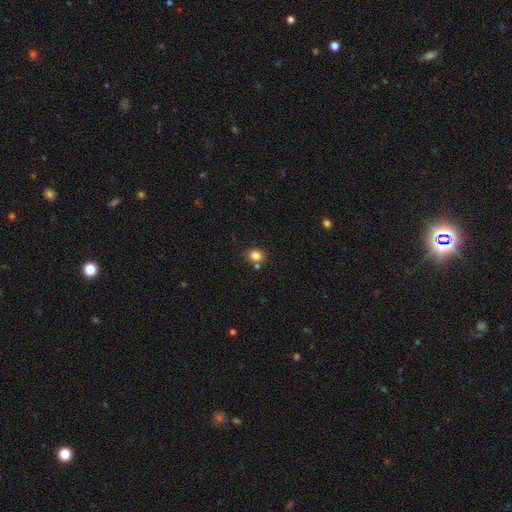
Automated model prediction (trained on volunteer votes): smooth-or-featured: smooth: 83% | star or artifact: 11% | featured or disk: 6%
  how-rounded: round: 64% | in between: 36% | cigar-shaped: 1%
  merging: none: 73% | merger: 14% | minor disturbance: 10% | major disturbance: 3%